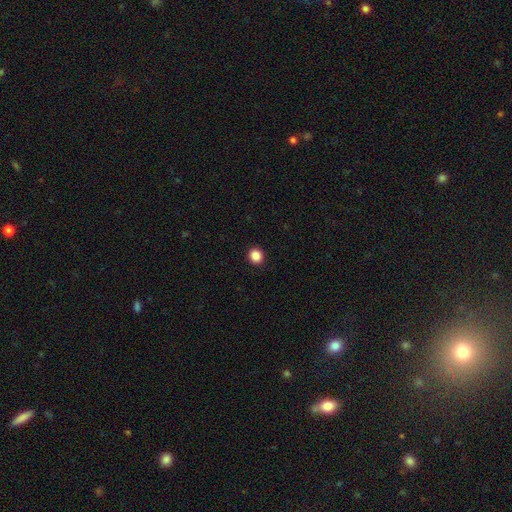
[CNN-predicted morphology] smooth 86%, star or artifact 11%, featured or disk 3%. Down the decision tree: how rounded — round (89%); merging — none (93%).